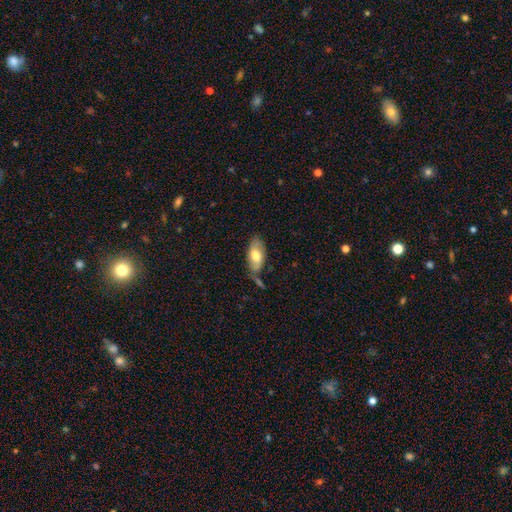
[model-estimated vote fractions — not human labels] A smooth galaxy with no disk features (63%) that is in between round and cigar-shaped (90%).

Vote fractions:
- Smooth or featured? smooth: 63% / featured or disk: 30% / star or artifact: 6%
- How rounded? in between: 90% / cigar-shaped: 6% / round: 3%
- Merging? none: 60% / minor disturbance: 24% / merger: 9% / major disturbance: 7%